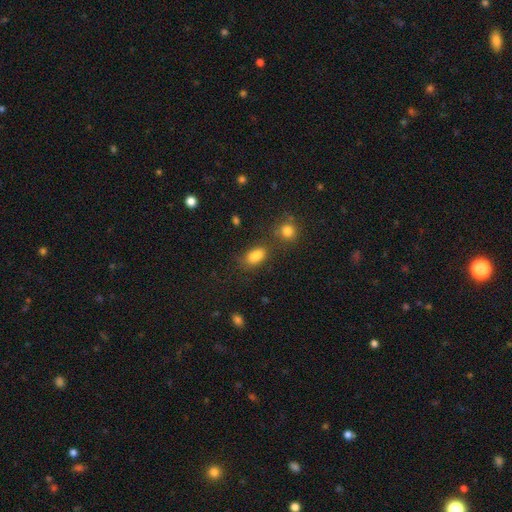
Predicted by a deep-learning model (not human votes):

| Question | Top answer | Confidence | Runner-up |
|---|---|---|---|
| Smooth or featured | smooth | 83% | star or artifact (11%) |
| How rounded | in between | 86% | round (9%) |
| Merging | none | 62% | minor disturbance (18%) |